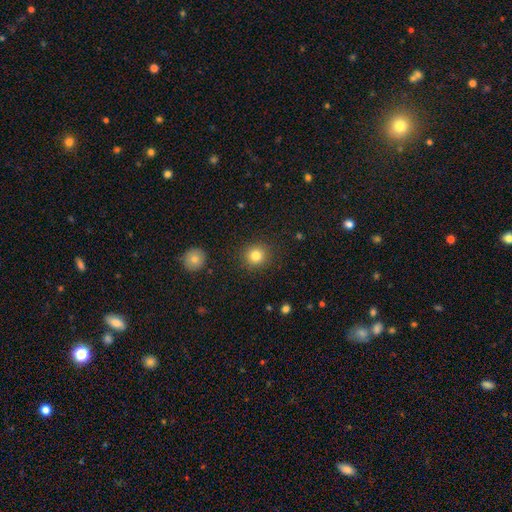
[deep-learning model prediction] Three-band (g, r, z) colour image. It shows a smooth galaxy with no disk features (82%) that is round (91%). Merging: none (90%).